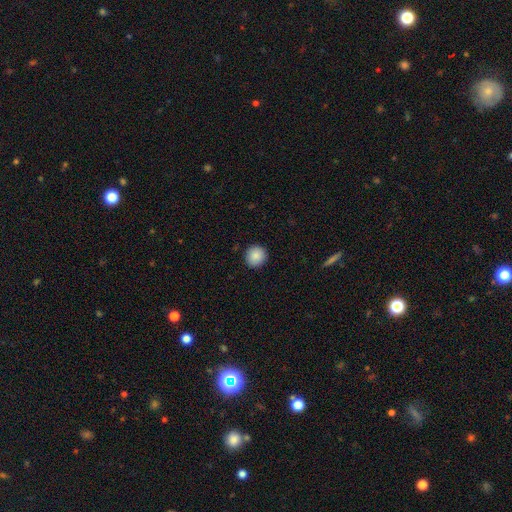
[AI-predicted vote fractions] smooth_or_featured: smooth (p=0.88) [alt: star or artifact p=0.08]
how_rounded: round (p=0.93) [alt: in between p=0.06]
merging: none (p=0.91) [alt: minor disturbance p=0.06]